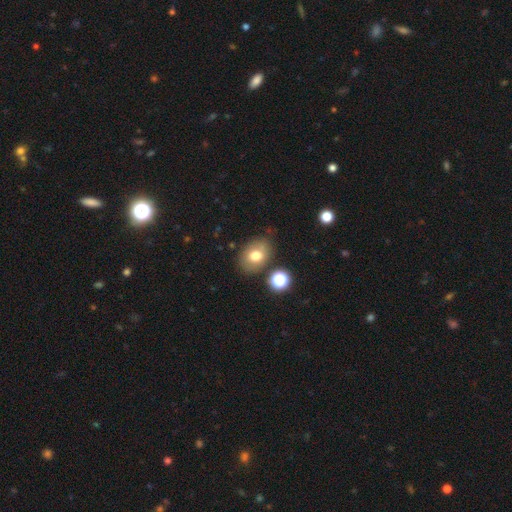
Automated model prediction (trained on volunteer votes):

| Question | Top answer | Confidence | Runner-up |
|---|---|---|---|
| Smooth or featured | smooth | 73% | featured or disk (16%) |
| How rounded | in between | 69% | round (30%) |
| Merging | none | 74% | minor disturbance (16%) |